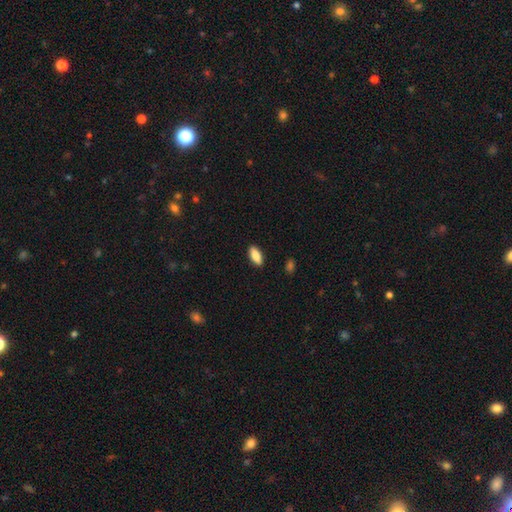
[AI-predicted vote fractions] The model was most divided on "how rounded": in between: 79%, cigar-shaped: 19%, round: 2%. More confident: merging — none (89%); smooth or featured — smooth (86%).